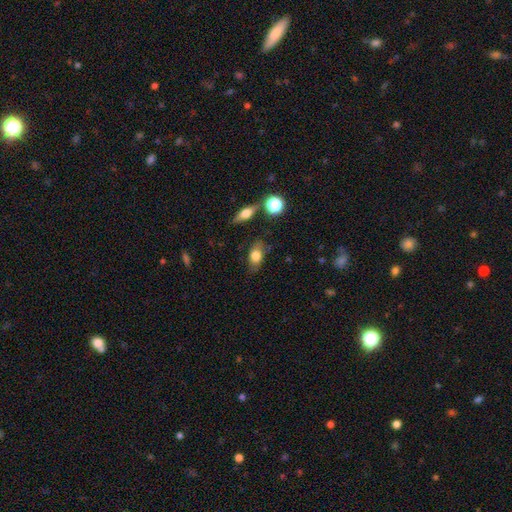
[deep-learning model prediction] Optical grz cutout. It shows a smooth galaxy with no disk features (75%) that is in between round and cigar-shaped (82%). Merging: none (75%).